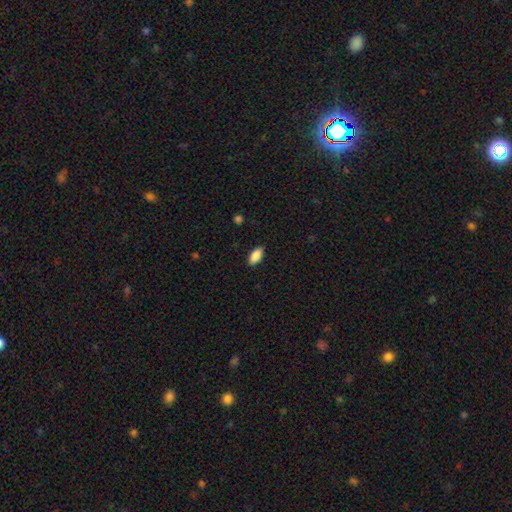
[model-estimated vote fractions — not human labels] smooth 89%, star or artifact 7%, featured or disk 4%. Down the decision tree: how rounded — in between (92%); merging — none (88%).